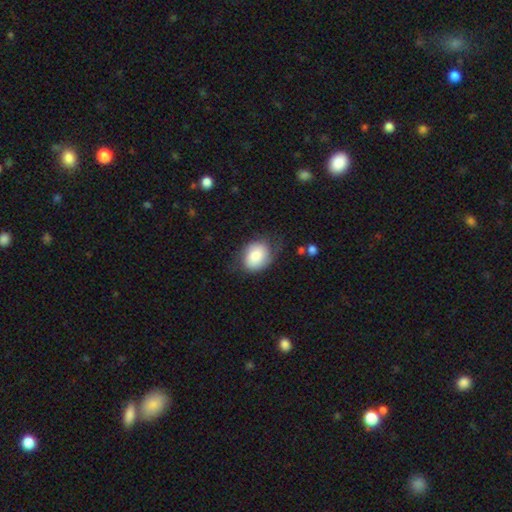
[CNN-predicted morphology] smooth 78%, featured or disk 15%, star or artifact 7%. Down the decision tree: how rounded — in between (67%); merging — none (57%).